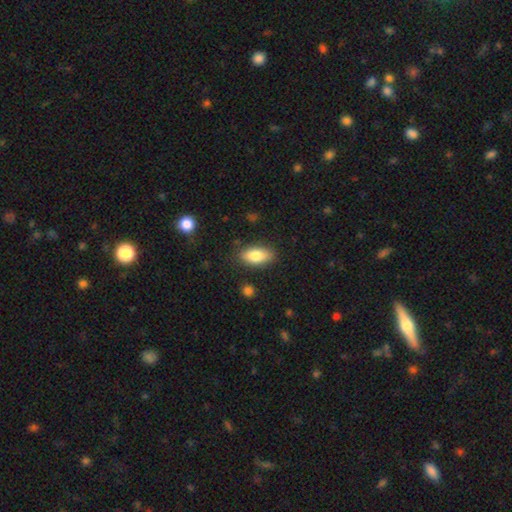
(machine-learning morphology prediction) A smooth galaxy with no disk features (81%) that is in between round and cigar-shaped (87%).

Vote fractions:
- Smooth or featured? smooth: 81% / featured or disk: 12% / star or artifact: 7%
- How rounded? in between: 87% / cigar-shaped: 9% / round: 4%
- Merging? none: 85% / minor disturbance: 11% / major disturbance: 3% / merger: 2%